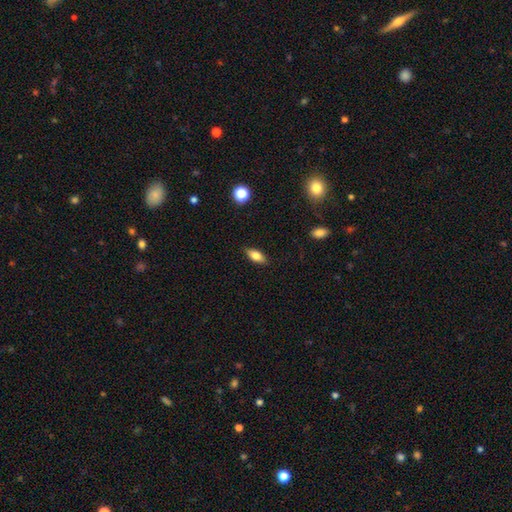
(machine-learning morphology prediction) type=smooth (69%); roundness=in between (78%); merging=none (87%).